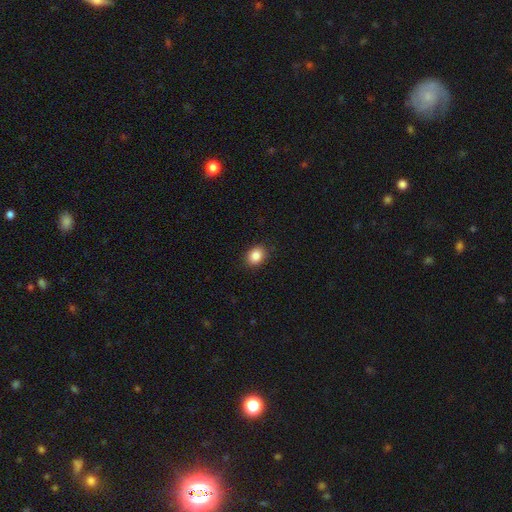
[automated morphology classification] smooth 86%, star or artifact 9%, featured or disk 5%. Down the decision tree: how rounded — in between (51%); merging — none (89%).